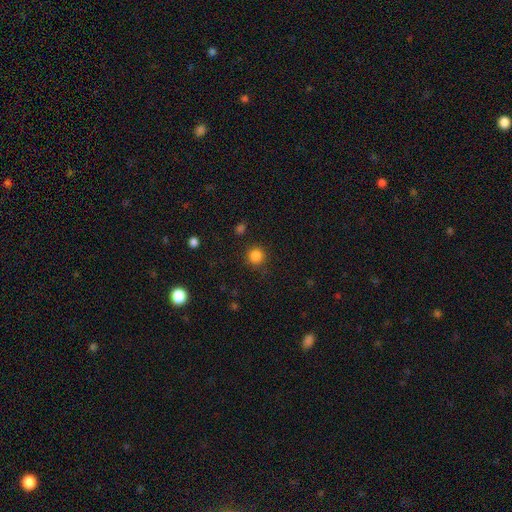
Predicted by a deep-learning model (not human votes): Morphology: type=smooth (84%); roundness=round (94%); merging=none (89%).